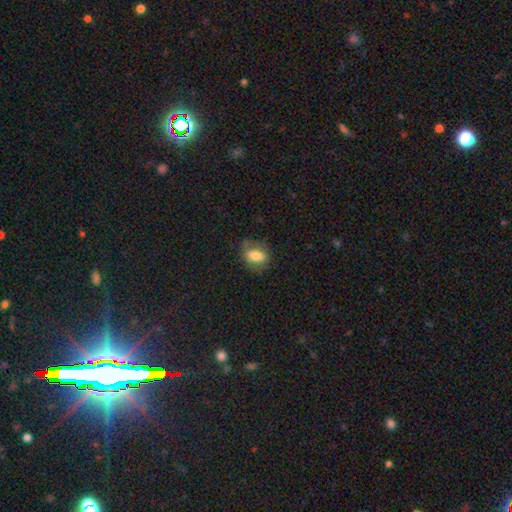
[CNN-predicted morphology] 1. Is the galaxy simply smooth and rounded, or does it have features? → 70% smooth, 21% featured or disk, 9% star or artifact.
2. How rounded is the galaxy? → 81% in between, 16% round, 3% cigar-shaped.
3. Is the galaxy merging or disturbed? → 66% none, 22% minor disturbance, 10% major disturbance, 2% merger.